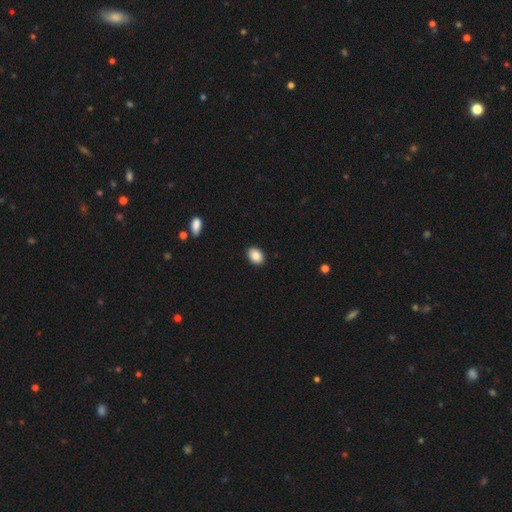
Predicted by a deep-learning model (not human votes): smooth 89%, star or artifact 8%, featured or disk 3%. Down the decision tree: how rounded — in between (70%); merging — none (90%).